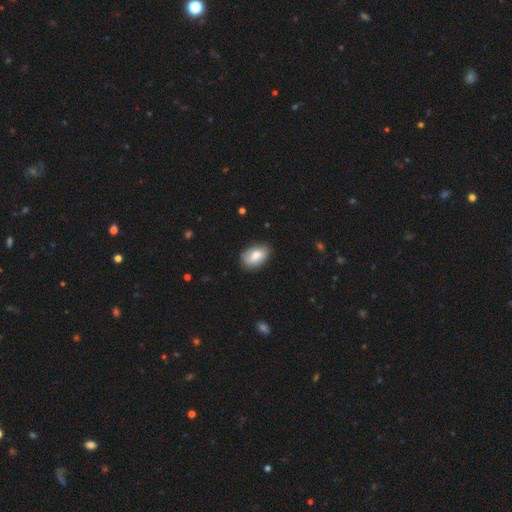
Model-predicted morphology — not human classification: This appears to be a smooth galaxy with no disk features (79%) that is in between round and cigar-shaped (91%). Merging: none (80%).